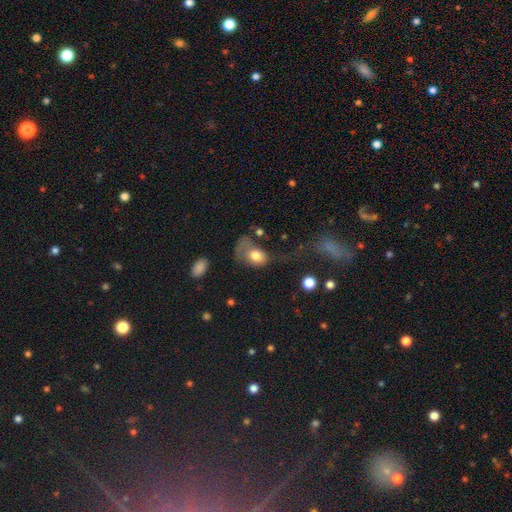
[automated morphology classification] Smooth or featured: smooth — 71% (featured or disk — 20%)
How rounded: in between — 67% (round — 31%)
Merging: major disturbance — 57% (minor disturbance — 19%)